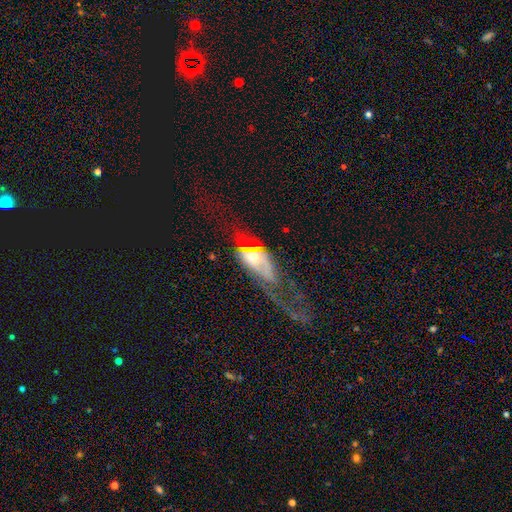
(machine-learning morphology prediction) Smooth or featured? featured or disk (69%)
Edge-on disk? no (73%)
Bar? no (57%)
Spiral arms? yes (61%)
Bulge size? moderate (56%)
Merging? major disturbance (46%)